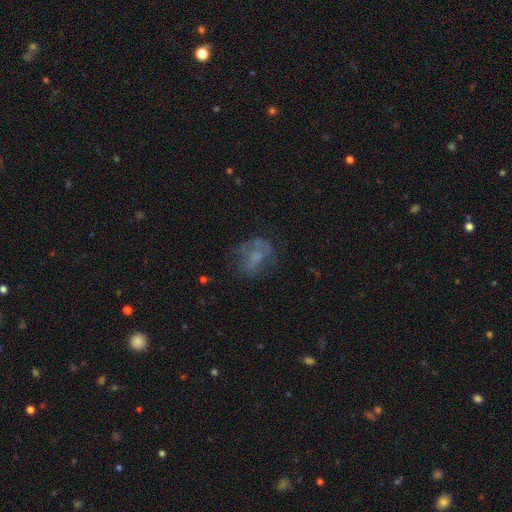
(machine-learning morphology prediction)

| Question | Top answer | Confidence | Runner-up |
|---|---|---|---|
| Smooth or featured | smooth | 44% | featured or disk (40%) |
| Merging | none | 51% | major disturbance (25%) |